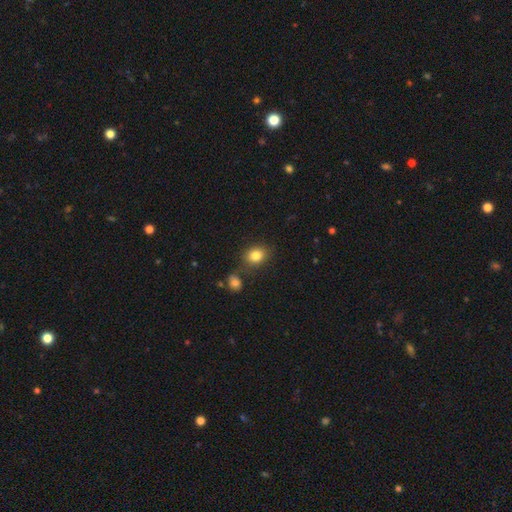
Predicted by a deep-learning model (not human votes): Morphology: type=smooth (82%); roundness=round (56%); merging=none (77%).